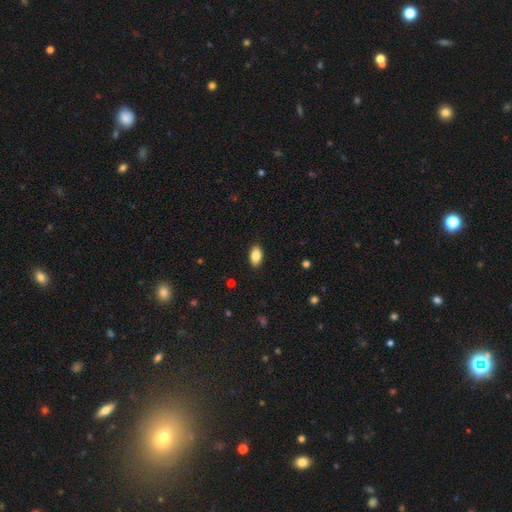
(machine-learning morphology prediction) This appears to be a smooth galaxy with no disk features (86%) that is in between round and cigar-shaped (92%). Merging: none (89%).